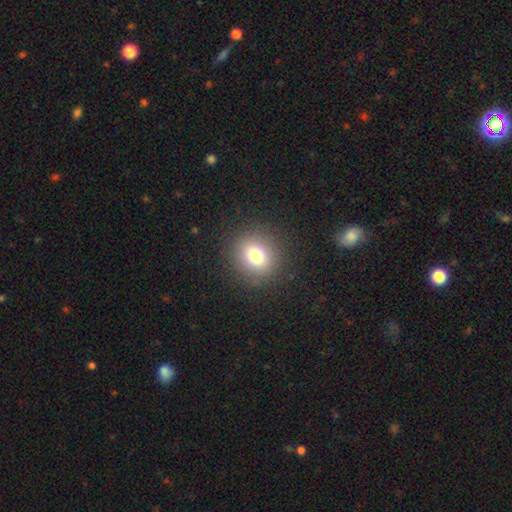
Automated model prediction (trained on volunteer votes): Q: Smooth or featured?
A: smooth (75%); runner-up: star or artifact (14%)
Q: How rounded?
A: round (87%); runner-up: in between (12%)
Q: Merging?
A: none (90%); runner-up: minor disturbance (6%)